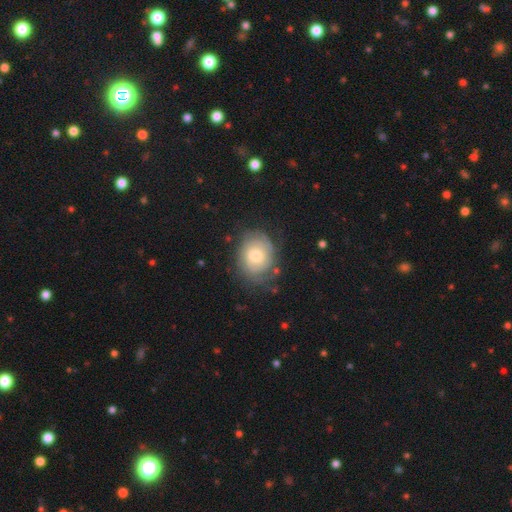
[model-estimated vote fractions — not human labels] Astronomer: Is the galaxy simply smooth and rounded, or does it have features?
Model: featured or disk — 67%.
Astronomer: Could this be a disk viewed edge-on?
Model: no — 97%.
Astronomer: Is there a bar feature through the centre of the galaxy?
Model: no — 75%.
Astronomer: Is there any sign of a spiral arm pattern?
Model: yes — 87%.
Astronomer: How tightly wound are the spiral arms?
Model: tight — 71%.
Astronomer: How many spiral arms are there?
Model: can't tell — 46% (runner-up: 2, 28%).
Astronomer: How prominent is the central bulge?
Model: moderate — 60%.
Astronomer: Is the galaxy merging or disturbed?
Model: none — 72%.